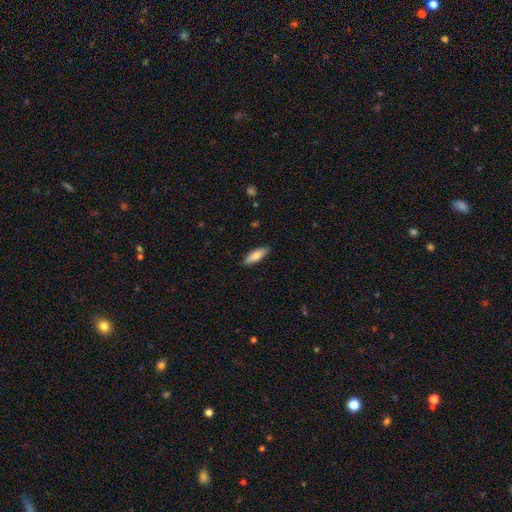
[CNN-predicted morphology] Smooth or featured? smooth (84%)
How rounded? in between (56%)
Merging? none (88%)